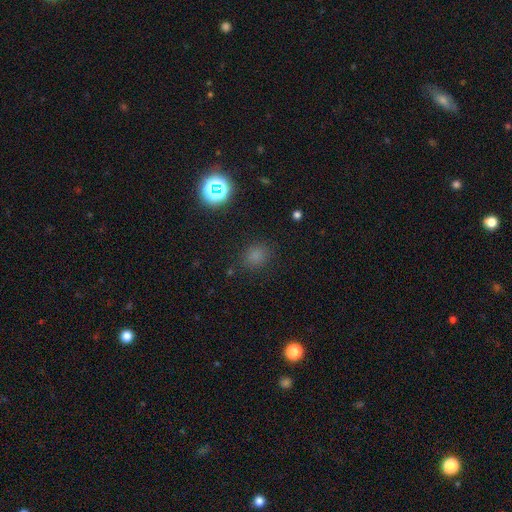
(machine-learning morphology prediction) Smooth or featured?
  - smooth: 72% *
  - star or artifact: 23%
  - featured or disk: 5%
How rounded?
  - round: 64% *
  - in between: 34%
  - cigar-shaped: 1%
Merging?
  - none: 82% *
  - minor disturbance: 12%
  - major disturbance: 4%
  - merger: 2%